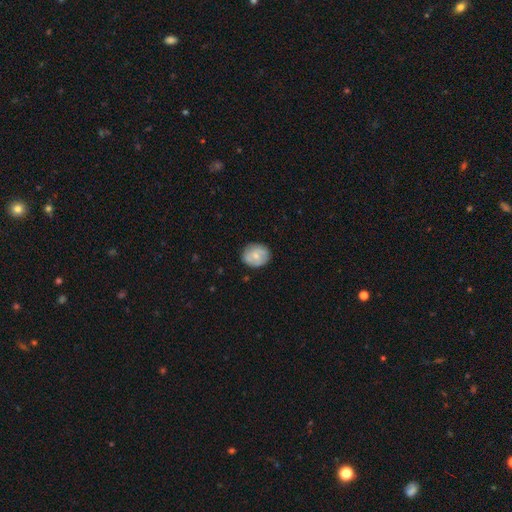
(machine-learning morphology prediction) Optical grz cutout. It shows a smooth galaxy with no disk features (56%) that is round (73%). Merging: none (82%).